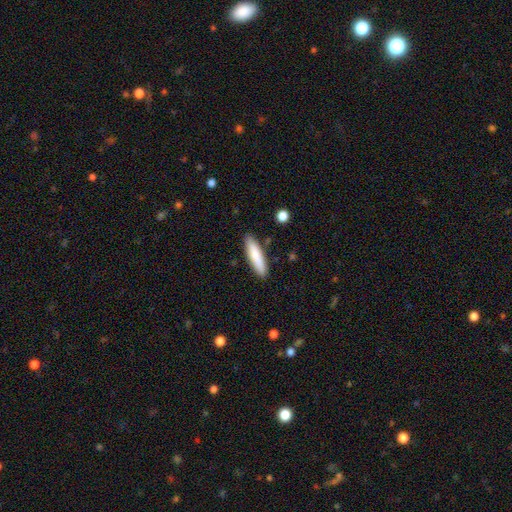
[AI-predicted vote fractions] This is clearly a smooth galaxy (80%). How rounded: likely cigar-shaped (75%). Merging: clearly none (86%).